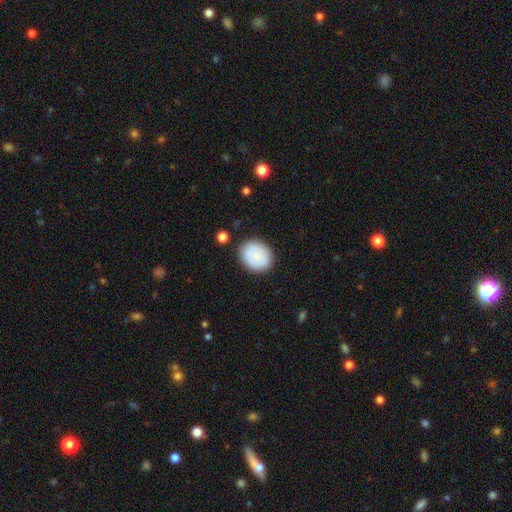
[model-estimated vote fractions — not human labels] smooth 76%, featured or disk 17%, star or artifact 7%. Down the decision tree: how rounded — round (52%); merging — none (83%).